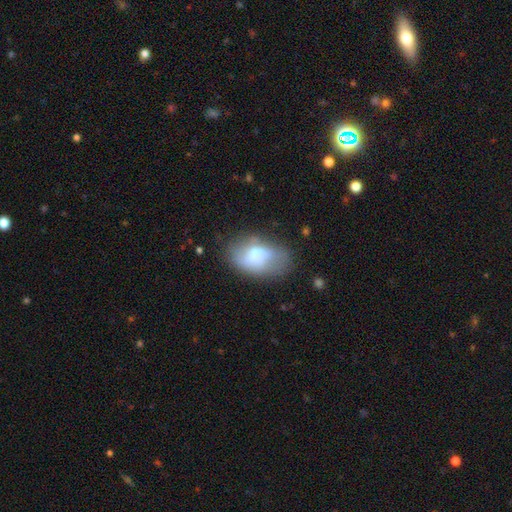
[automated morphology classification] Smooth or featured? smooth (56%)
How rounded? in between (87%)
Merging? none (40%)